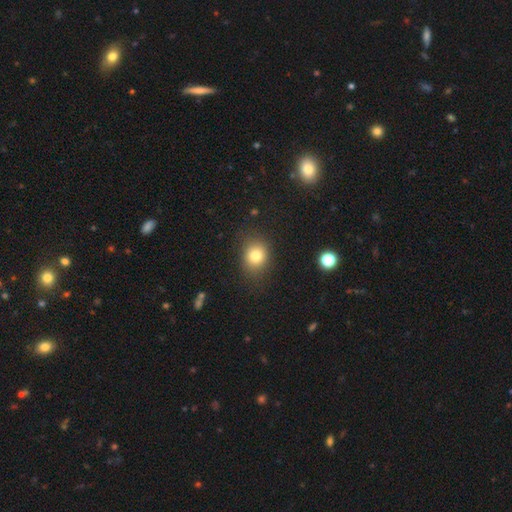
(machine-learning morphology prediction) smooth-or-featured: smooth: 79% | star or artifact: 12% | featured or disk: 9%
  how-rounded: round: 67% | in between: 32% | cigar-shaped: 1%
  merging: none: 82% | minor disturbance: 12% | major disturbance: 4% | merger: 2%